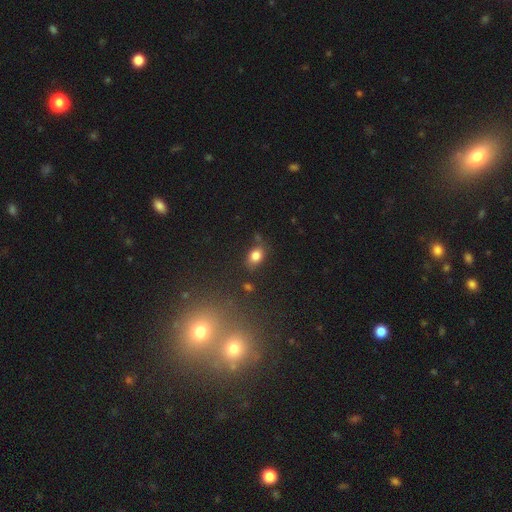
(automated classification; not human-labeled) Smooth or featured?
  - smooth: 81% *
  - star or artifact: 11%
  - featured or disk: 8%
How rounded?
  - in between: 76% *
  - round: 22%
  - cigar-shaped: 2%
Merging?
  - none: 71% *
  - minor disturbance: 19%
  - merger: 5%
  - major disturbance: 5%